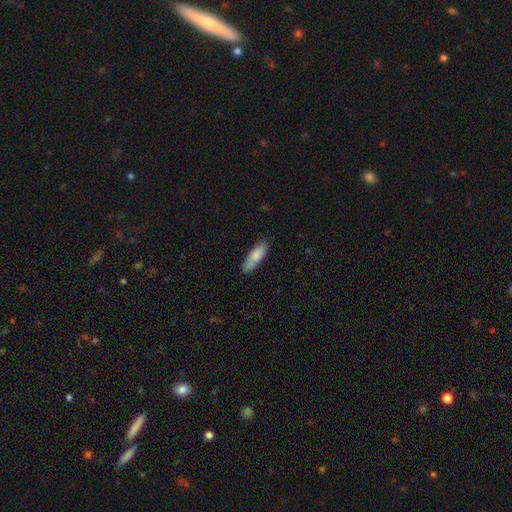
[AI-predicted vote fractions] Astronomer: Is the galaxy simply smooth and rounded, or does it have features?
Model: smooth — 83%.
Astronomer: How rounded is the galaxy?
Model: cigar-shaped — 51% (runner-up: in between, 48%).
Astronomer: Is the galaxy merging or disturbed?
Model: none — 80%.